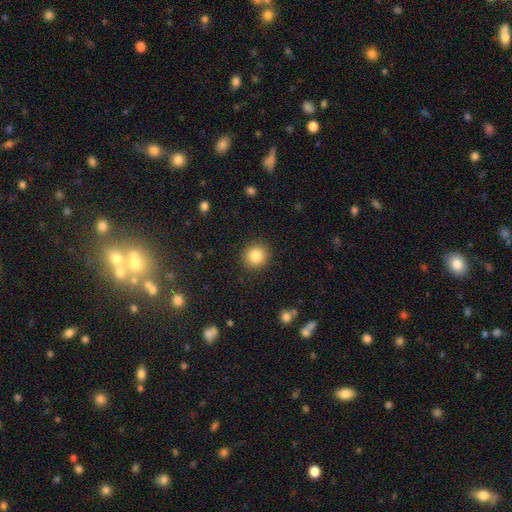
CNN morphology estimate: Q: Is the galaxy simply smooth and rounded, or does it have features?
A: smooth — 84%.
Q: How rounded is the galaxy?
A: round — 91%.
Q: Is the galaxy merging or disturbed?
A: none — 90%.